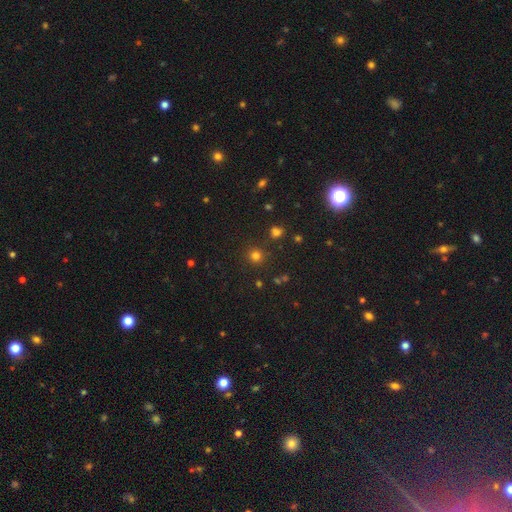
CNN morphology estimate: Smooth or featured? smooth (74%)
How rounded? round (93%)
Merging? none (87%)